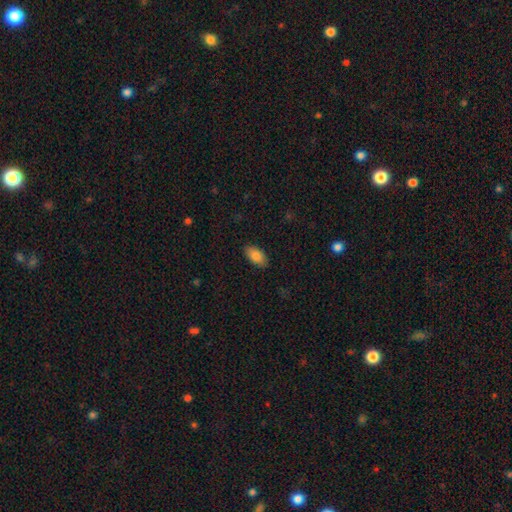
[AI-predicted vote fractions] A smooth galaxy with no disk features (84%) that is in between round and cigar-shaped (94%).

Vote fractions:
- Smooth or featured? smooth: 84% / featured or disk: 9% / star or artifact: 7%
- How rounded? in between: 94% / cigar-shaped: 3% / round: 3%
- Merging? none: 87% / minor disturbance: 10% / major disturbance: 2% / merger: 1%